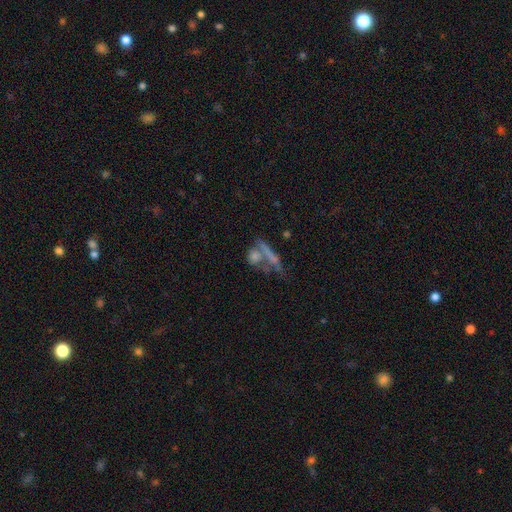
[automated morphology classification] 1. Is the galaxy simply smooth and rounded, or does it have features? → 65% smooth, 22% featured or disk, 12% star or artifact.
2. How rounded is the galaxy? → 41% round, 32% in between, 27% cigar-shaped.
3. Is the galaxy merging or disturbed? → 42% none, 37% merger, 11% minor disturbance, 10% major disturbance.